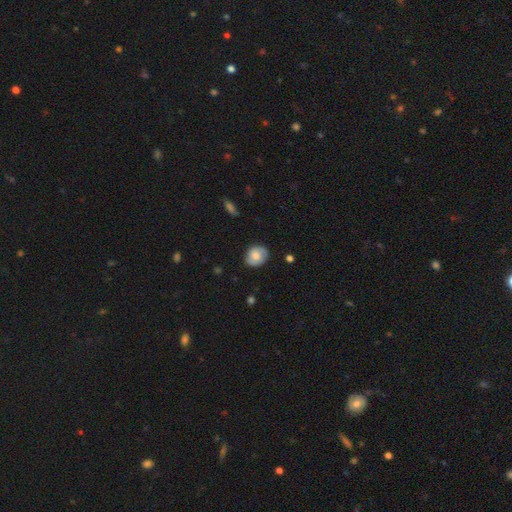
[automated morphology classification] This appears to be a smooth galaxy with no disk features (67%) that is round (64%). Merging: none (79%).